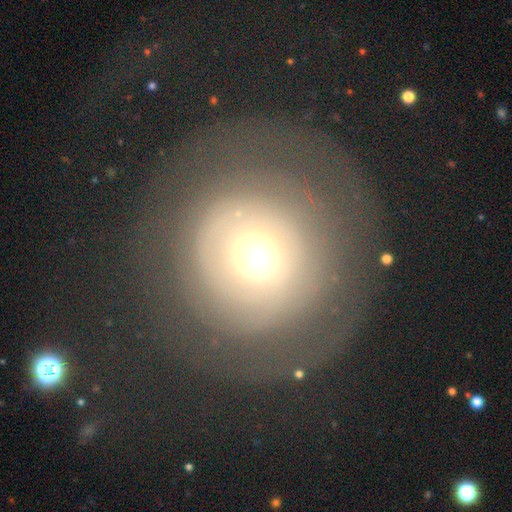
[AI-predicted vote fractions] Smooth or featured? featured or disk (49%)
Merging? none (68%)